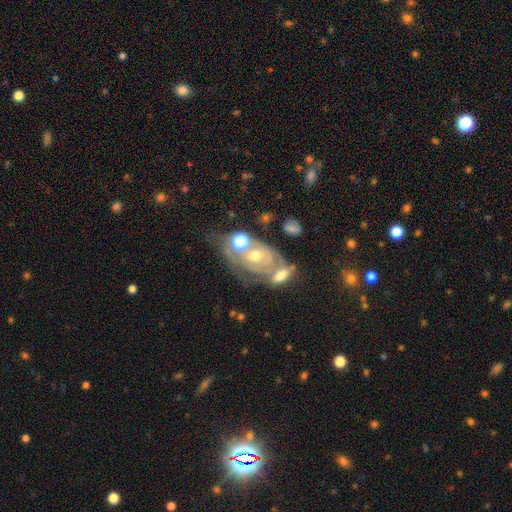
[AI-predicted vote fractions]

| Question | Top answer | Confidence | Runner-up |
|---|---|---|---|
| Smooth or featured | featured or disk | 64% | smooth (21%) |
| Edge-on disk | no | 94% | yes (6%) |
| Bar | no | 79% | weak (16%) |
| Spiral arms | yes | 57% | no (43%) |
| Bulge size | moderate | 59% | small (29%) |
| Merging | merger | 37% | none (34%) |